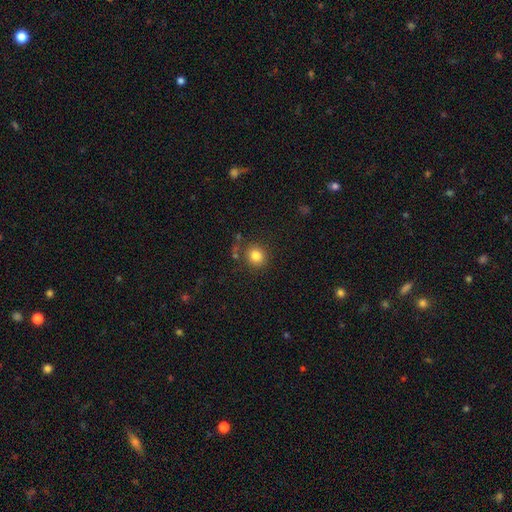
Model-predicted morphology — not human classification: smooth-or-featured: smooth: 82% | star or artifact: 11% | featured or disk: 7%
  how-rounded: round: 87% | in between: 12% | cigar-shaped: 1%
  merging: none: 80% | minor disturbance: 10% | merger: 6% | major disturbance: 4%